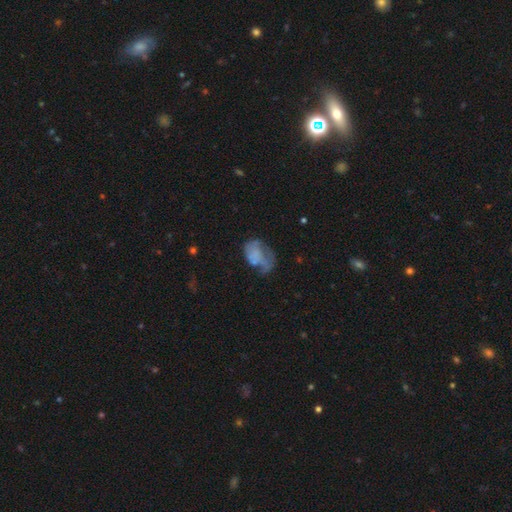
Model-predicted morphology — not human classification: This appears to be a smooth galaxy with no disk features (47%). Merging: major disturbance (41%).